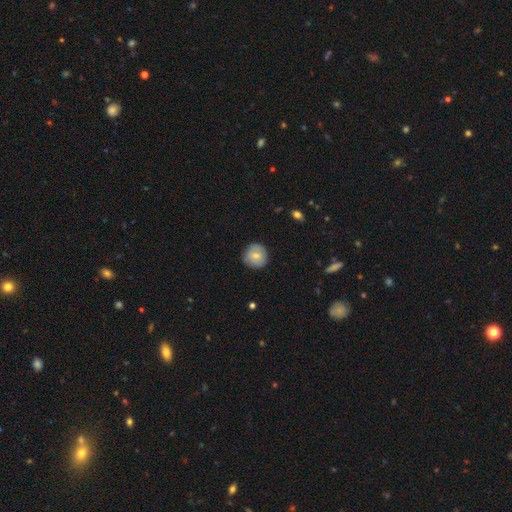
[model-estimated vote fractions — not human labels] Smooth or featured? smooth (69%)
How rounded? round (92%)
Merging? none (84%)